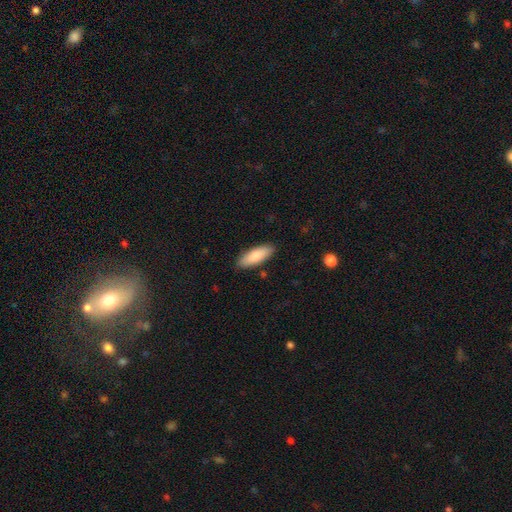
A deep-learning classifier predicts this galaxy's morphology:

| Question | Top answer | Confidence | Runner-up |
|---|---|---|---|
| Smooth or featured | smooth | 85% | featured or disk (10%) |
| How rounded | in between | 64% | cigar-shaped (35%) |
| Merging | none | 87% | minor disturbance (9%) |